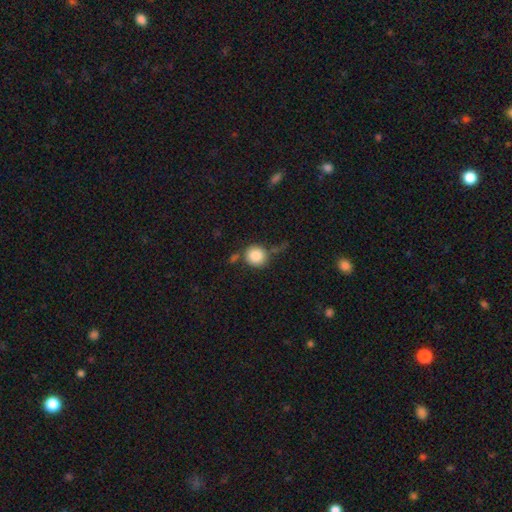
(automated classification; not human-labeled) smooth-or-featured: smooth: 86% | star or artifact: 8% | featured or disk: 6%
  how-rounded: round: 91% | in between: 8% | cigar-shaped: 1%
  merging: none: 61% | minor disturbance: 18% | merger: 13% | major disturbance: 8%